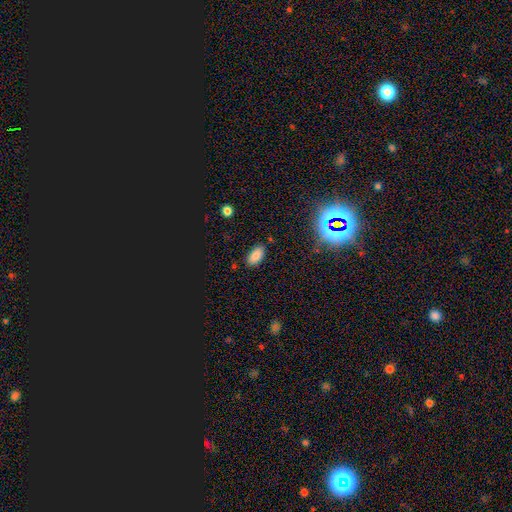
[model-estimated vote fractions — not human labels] Smooth or featured?
  - smooth: 83% *
  - star or artifact: 12%
  - featured or disk: 5%
How rounded?
  - in between: 92% *
  - cigar-shaped: 4%
  - round: 3%
Merging?
  - none: 83% *
  - minor disturbance: 12%
  - major disturbance: 3%
  - merger: 2%